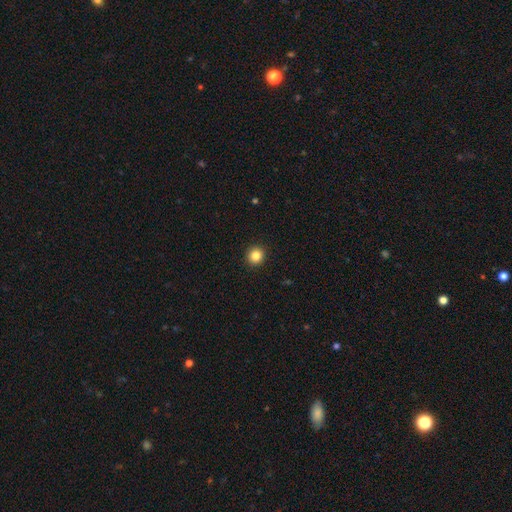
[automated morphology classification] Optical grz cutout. It shows a smooth galaxy with no disk features (85%) that is round (94%). Merging: none (93%).